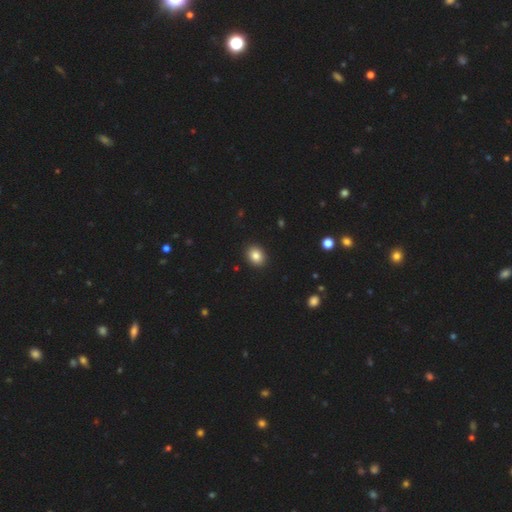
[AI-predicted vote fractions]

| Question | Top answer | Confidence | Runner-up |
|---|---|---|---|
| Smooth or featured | smooth | 85% | star or artifact (10%) |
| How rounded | round | 50% | in between (49%) |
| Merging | none | 91% | minor disturbance (6%) |